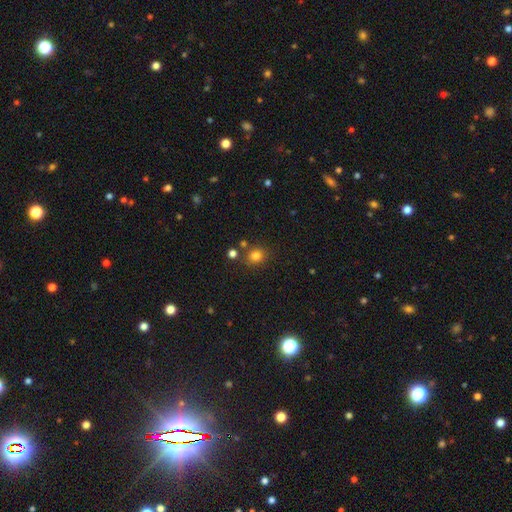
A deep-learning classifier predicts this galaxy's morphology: Smooth or featured: smooth — 80% (star or artifact — 14%)
How rounded: round — 79% (in between — 20%)
Merging: none — 78% (minor disturbance — 10%)